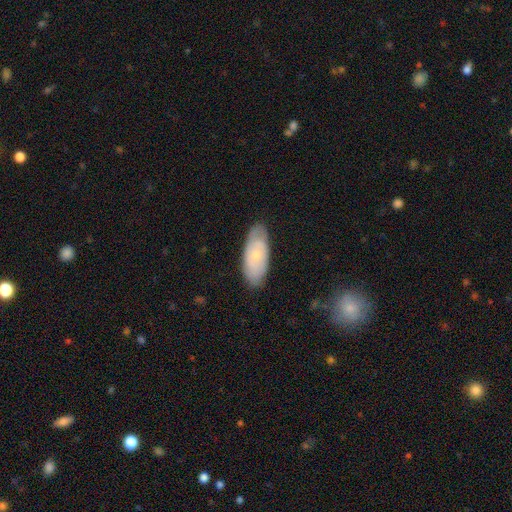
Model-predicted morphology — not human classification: Smooth or featured?
  - featured or disk: 50% *
  - smooth: 44%
  - star or artifact: 6%
Edge-on disk?
  - no: 86% *
  - yes: 14%
Merging?
  - none: 79% *
  - minor disturbance: 16%
  - major disturbance: 3%
  - merger: 1%